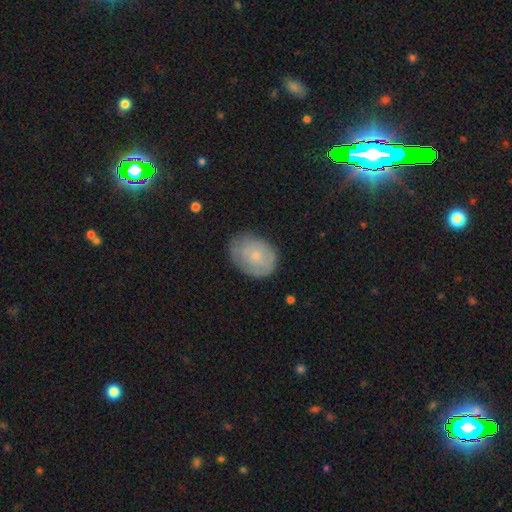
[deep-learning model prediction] A smooth galaxy with no disk features (55%) that is in between round and cigar-shaped (69%). Merging: none (70%).